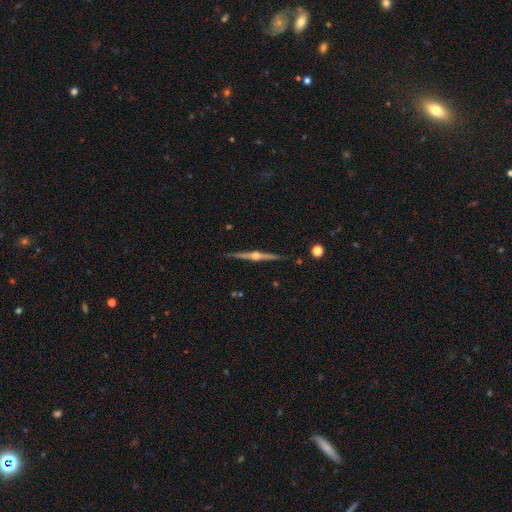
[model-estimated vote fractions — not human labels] smooth-or-featured: featured or disk: 87% | smooth: 8% | star or artifact: 5%
  disk-edge-on: yes: 99% | no: 1%
    edge-on-bulge: rounded: 95% | boxy: 3% | none: 2%
  merging: none: 92% | minor disturbance: 6% | merger: 1% | major disturbance: 1%